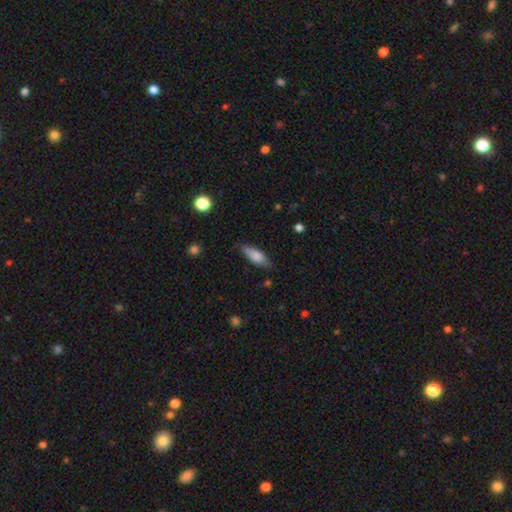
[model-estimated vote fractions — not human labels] smooth_or_featured: smooth (p=0.77) [alt: featured or disk p=0.17]
how_rounded: in between (p=0.64) [alt: cigar-shaped p=0.34]
merging: none (p=0.76) [alt: minor disturbance p=0.18]